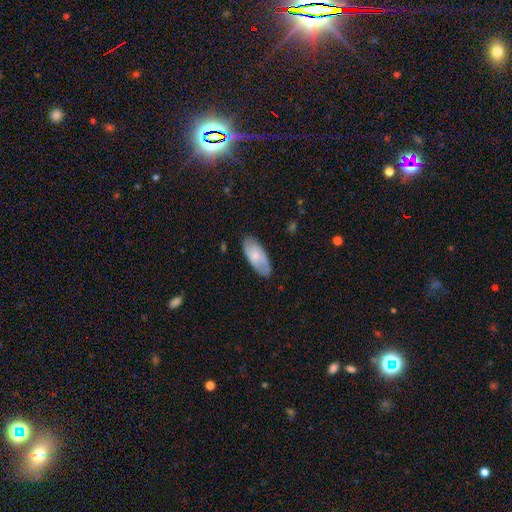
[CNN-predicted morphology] This is possibly a smooth galaxy (59%). How rounded: clearly in between (88%). Merging: likely none (74%).